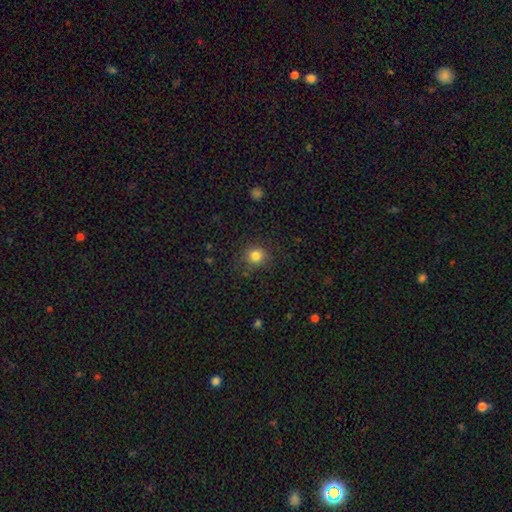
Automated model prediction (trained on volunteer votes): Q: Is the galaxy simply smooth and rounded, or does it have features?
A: smooth — 82%.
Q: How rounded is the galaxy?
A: round — 89%.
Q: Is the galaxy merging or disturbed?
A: none — 86%.